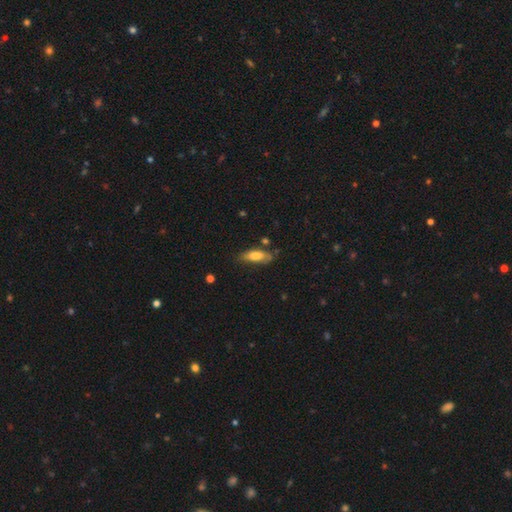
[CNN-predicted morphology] This is likely a smooth galaxy (71%). How rounded: likely in between (61%). Merging: likely none (63%).